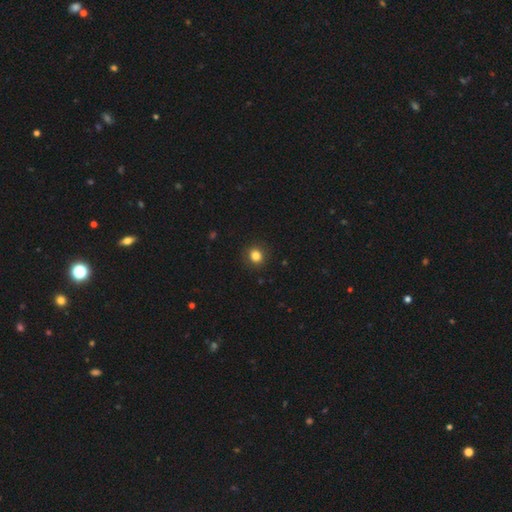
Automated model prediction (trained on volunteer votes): Smooth or featured? Predicted: smooth (p=0.83). How rounded? Predicted: round (p=0.83). Merging? Predicted: none (p=0.90).